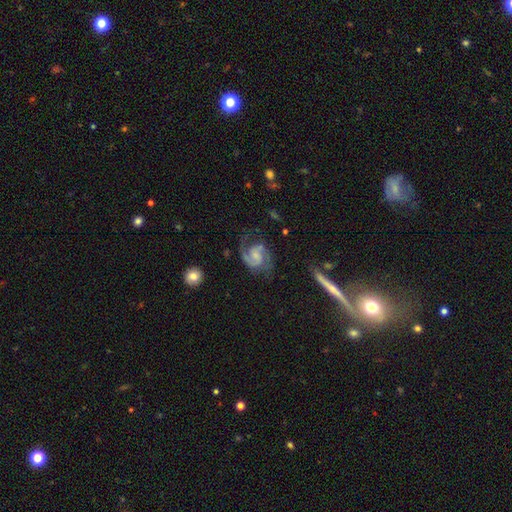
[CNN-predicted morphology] A featured or disk galaxy (90%) with no bar (53%), 2 (91%) medium (59%) spiral arms (98%) and a small central bulge (46%). Merging: none (71%).